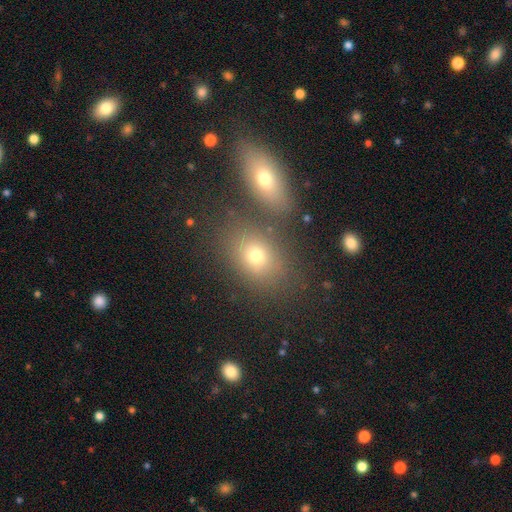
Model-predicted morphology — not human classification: smooth-or-featured: smooth: 70% | star or artifact: 15% | featured or disk: 15%
  how-rounded: in between: 63% | round: 35% | cigar-shaped: 2%
  merging: none: 67% | merger: 18% | minor disturbance: 10% | major disturbance: 5%